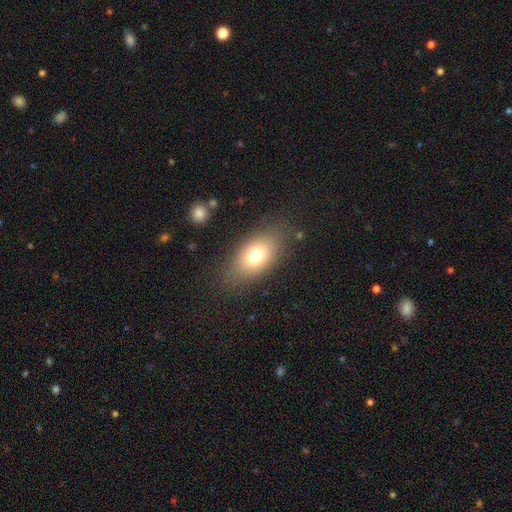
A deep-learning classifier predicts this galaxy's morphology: smooth 72%, featured or disk 17%, star or artifact 10%. Down the decision tree: how rounded — in between (86%); merging — none (79%).